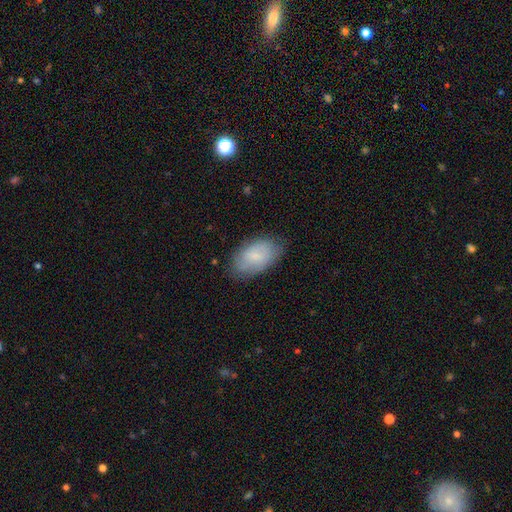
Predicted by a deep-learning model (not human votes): This is likely a smooth galaxy (72%). How rounded: clearly in between (94%). Merging: likely none (76%).